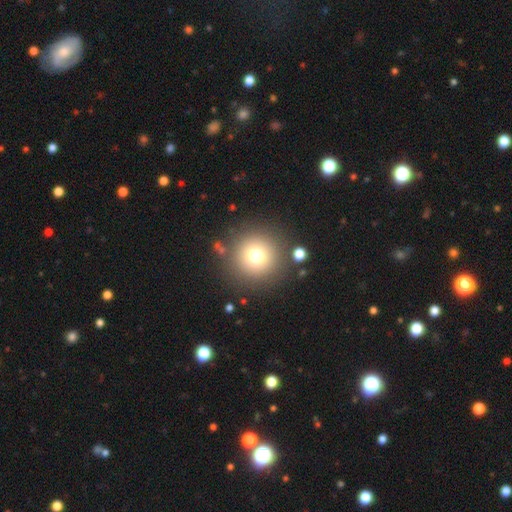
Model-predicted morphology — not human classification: This appears to be a smooth galaxy with no disk features (74%) that is round (96%). Merging: none (85%).